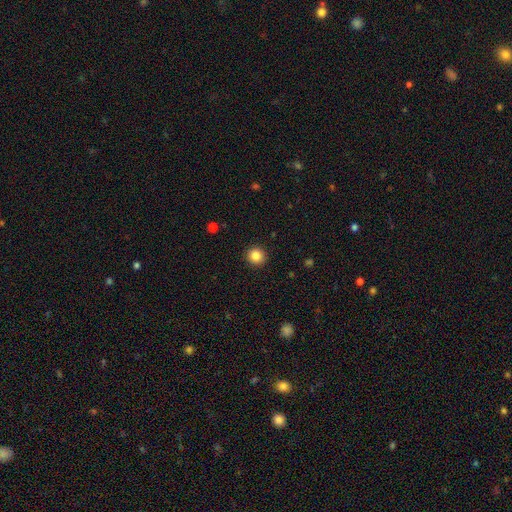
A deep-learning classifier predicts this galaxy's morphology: Smooth or featured? Predicted: smooth (p=0.85). How rounded? Predicted: round (p=0.93). Merging? Predicted: none (p=0.92).